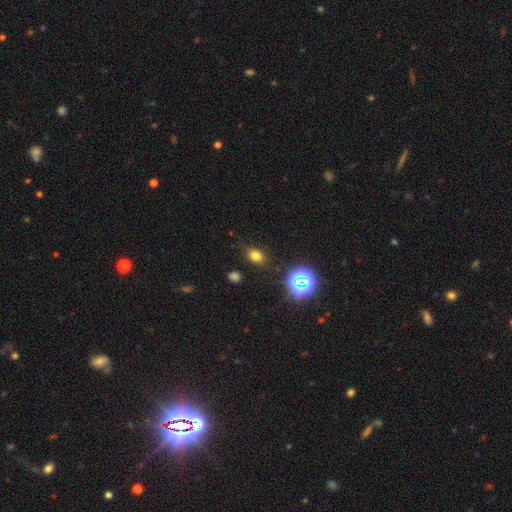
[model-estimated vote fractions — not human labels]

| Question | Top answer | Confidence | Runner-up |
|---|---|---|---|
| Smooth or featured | smooth | 71% | star or artifact (21%) |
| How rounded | in between | 65% | round (33%) |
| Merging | none | 82% | minor disturbance (12%) |